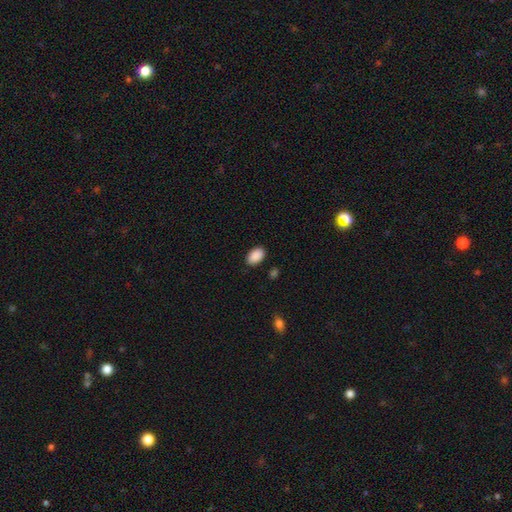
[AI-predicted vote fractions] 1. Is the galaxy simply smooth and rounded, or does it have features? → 90% smooth, 7% star or artifact, 3% featured or disk.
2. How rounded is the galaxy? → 91% in between, 8% round, 1% cigar-shaped.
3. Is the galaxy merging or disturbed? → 88% none, 9% minor disturbance, 2% major disturbance, 1% merger.